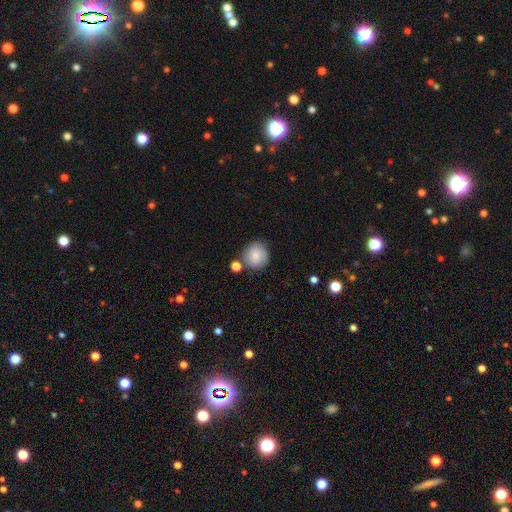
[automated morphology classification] Smooth or featured?
  - smooth: 82% *
  - featured or disk: 10%
  - star or artifact: 8%
How rounded?
  - round: 92% *
  - in between: 7%
  - cigar-shaped: 1%
Merging?
  - none: 74% *
  - minor disturbance: 12%
  - merger: 10%
  - major disturbance: 3%